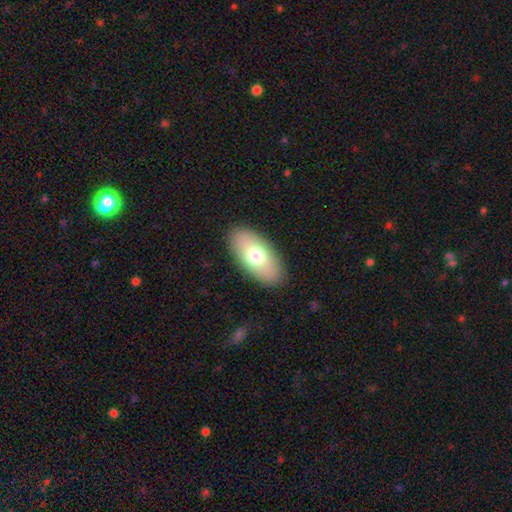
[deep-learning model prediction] This appears to be a smooth galaxy with no disk features (71%) that is in between round and cigar-shaped (92%). Merging: none (88%).